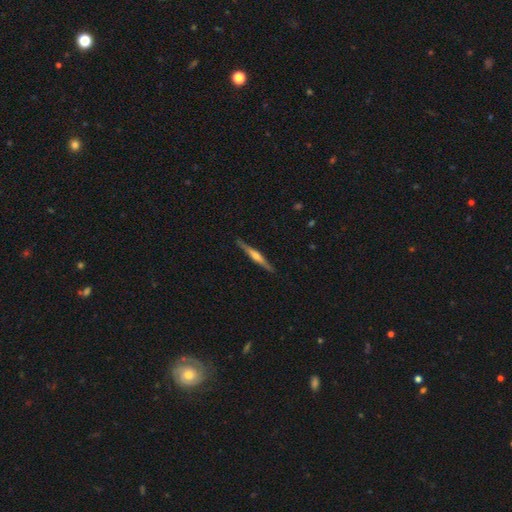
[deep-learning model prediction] Smooth or featured: featured or disk — 72% (smooth — 23%)
Edge-on disk: yes — 98% (no — 2%)
Edge-on bulge: rounded — 79% (none — 10%)
Merging: none — 90% (minor disturbance — 7%)